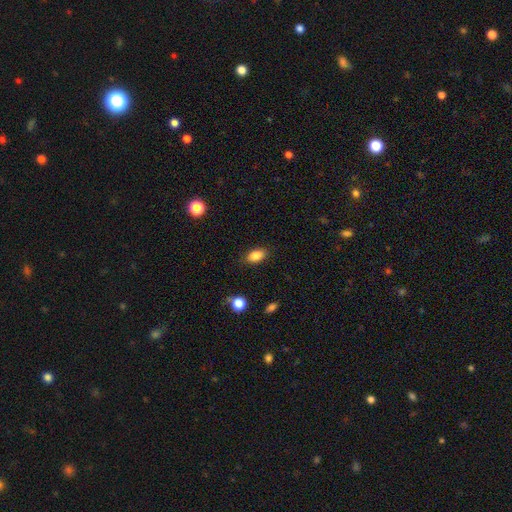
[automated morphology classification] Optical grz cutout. It shows a smooth galaxy with no disk features (85%) that is in between round and cigar-shaped (87%). Merging: none (85%).